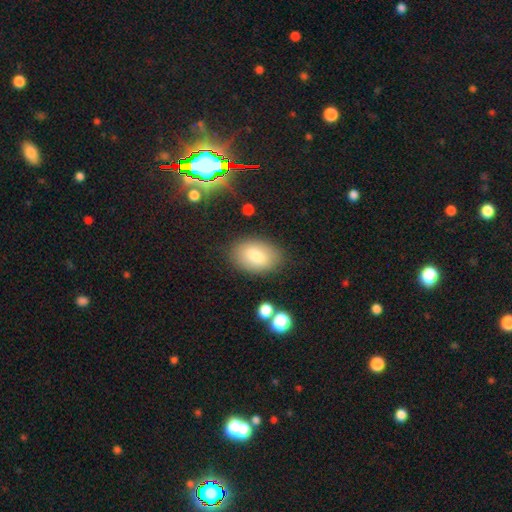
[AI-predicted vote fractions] Morphology: type=smooth (80%); roundness=in between (91%); merging=none (81%).